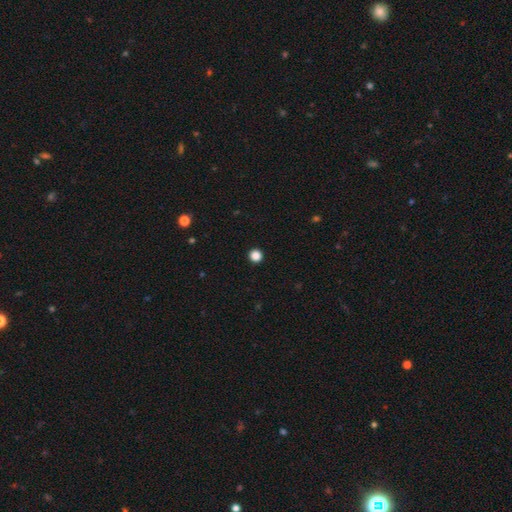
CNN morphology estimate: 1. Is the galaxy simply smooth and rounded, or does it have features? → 86% smooth, 12% star or artifact, 3% featured or disk.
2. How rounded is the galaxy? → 96% round, 3% in between, 1% cigar-shaped.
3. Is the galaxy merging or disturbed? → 94% none, 3% minor disturbance, 1% major disturbance, 1% merger.